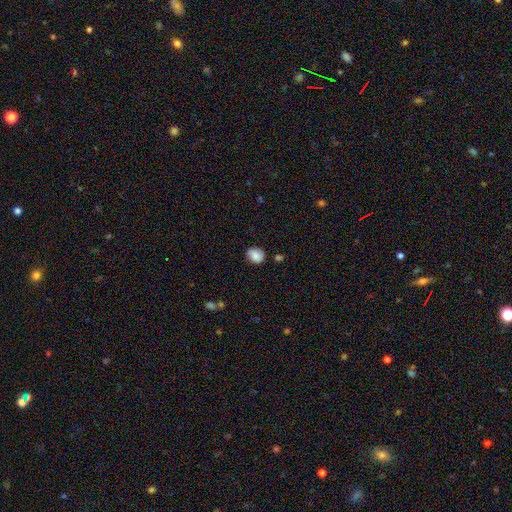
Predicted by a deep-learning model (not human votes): smooth-or-featured: smooth: 82% | featured or disk: 9% | star or artifact: 9%
  how-rounded: round: 58% | in between: 41% | cigar-shaped: 1%
  merging: none: 74% | minor disturbance: 19% | major disturbance: 4% | merger: 3%